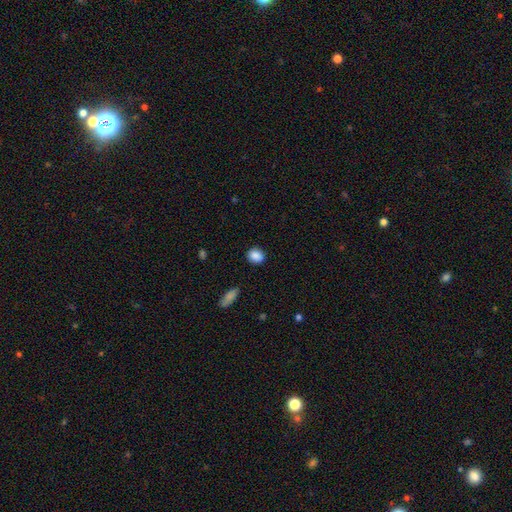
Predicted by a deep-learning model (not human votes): This is clearly a smooth galaxy (88%). How rounded: possibly round (57%). Merging: clearly none (88%).